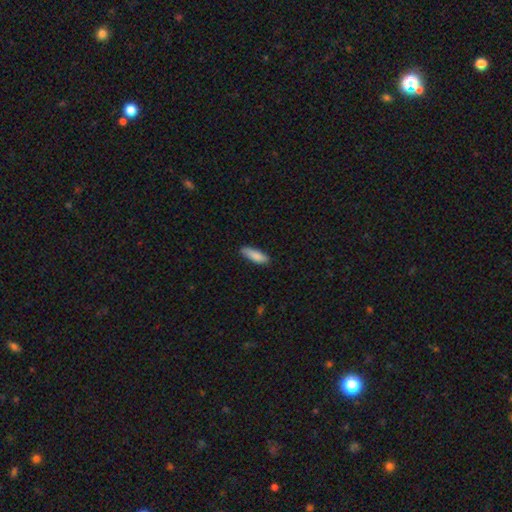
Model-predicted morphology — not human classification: Smooth or featured? smooth (87%)
How rounded? cigar-shaped (49%, tied with in between)
Merging? none (83%)